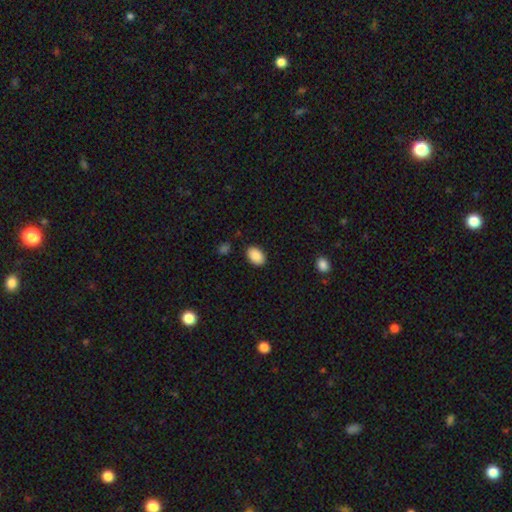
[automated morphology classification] Smooth or featured? smooth (89%)
How rounded? in between (85%)
Merging? none (87%)